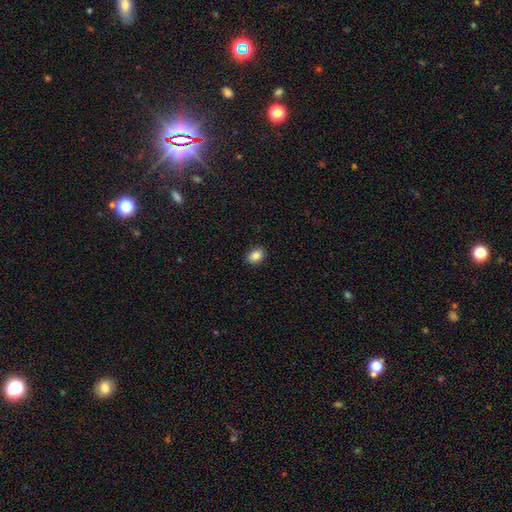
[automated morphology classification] Smooth or featured? Predicted: smooth (p=0.86). How rounded? Predicted: in between (p=0.62). Merging? Predicted: none (p=0.90).